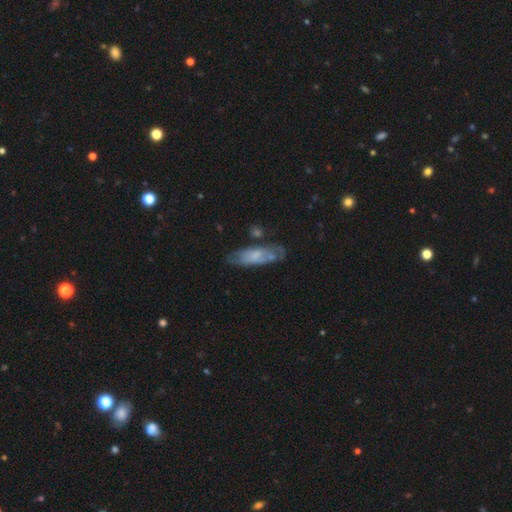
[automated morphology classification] smooth 50%, featured or disk 43%, star or artifact 7%. Down the decision tree: merging — none (61%).